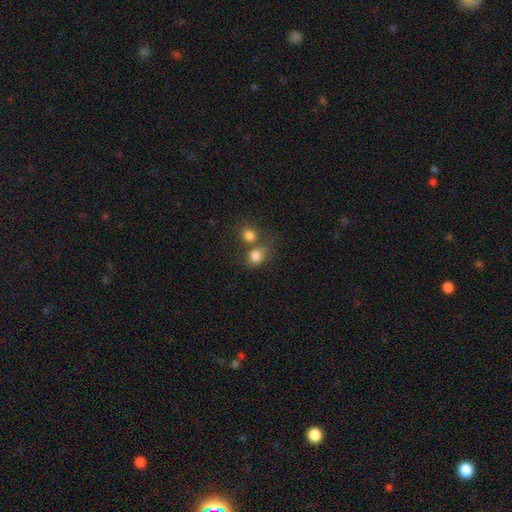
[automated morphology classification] Overall: smooth (80%). How rounded: round (69%; in between 30%). Merging: merger (43%; none 40%).